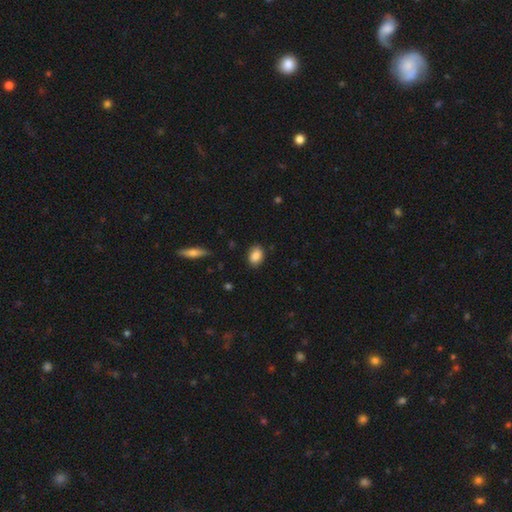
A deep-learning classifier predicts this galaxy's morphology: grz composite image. It shows a smooth galaxy with no disk features (86%) that is in between round and cigar-shaped (76%). Merging: none (85%).